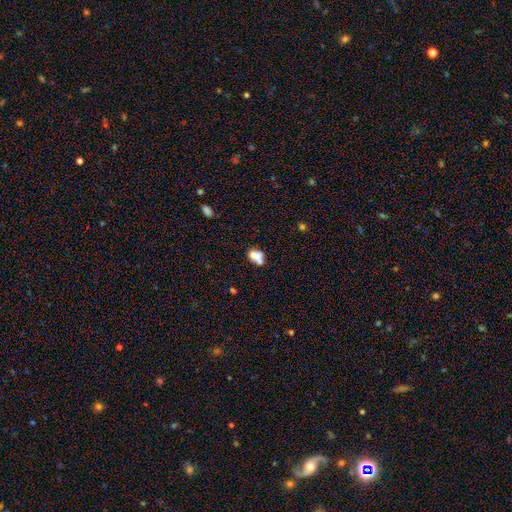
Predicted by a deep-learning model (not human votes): A smooth galaxy with no disk features (67%) that is in between round and cigar-shaped (69%). Merging: merger (42%).